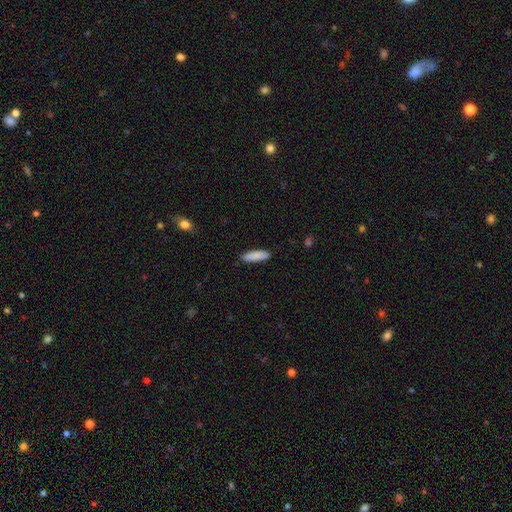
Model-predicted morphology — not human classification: The model was most divided on "how rounded": cigar-shaped: 58%, in between: 40%, round: 1%. More confident: smooth or featured — smooth (87%); merging — none (86%).